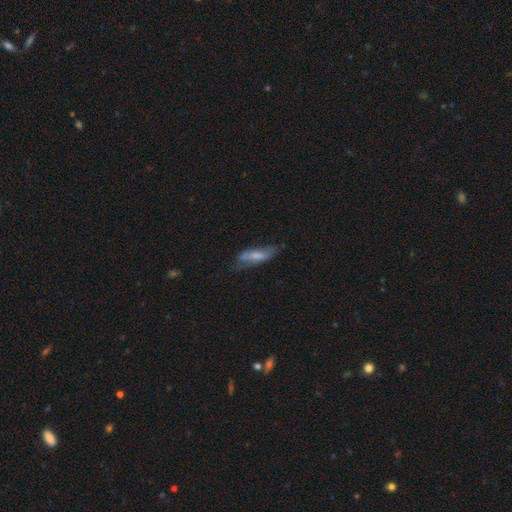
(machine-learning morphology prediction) The model was most divided on "how rounded": in between: 53%, cigar-shaped: 45%, round: 2%. Remaining: smooth or featured — smooth (53%); merging — none (45%).